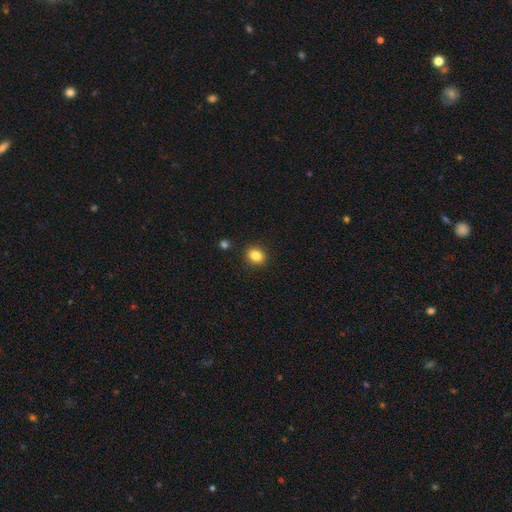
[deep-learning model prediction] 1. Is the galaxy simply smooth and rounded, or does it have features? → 84% smooth, 10% star or artifact, 6% featured or disk.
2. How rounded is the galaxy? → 54% round, 45% in between, 1% cigar-shaped.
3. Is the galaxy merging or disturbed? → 89% none, 7% minor disturbance, 2% major disturbance, 2% merger.